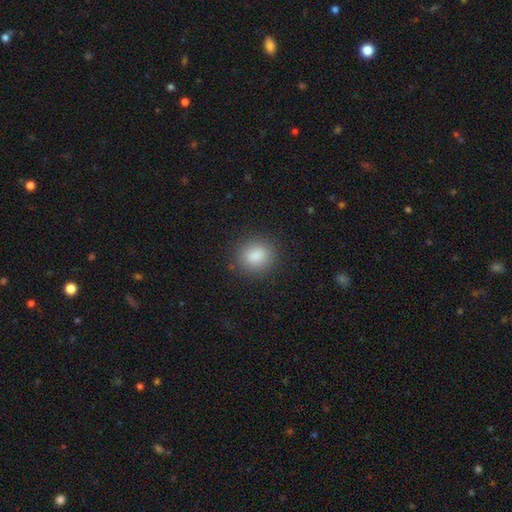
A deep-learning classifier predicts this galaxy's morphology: The model was most divided on "how rounded": round: 80%, in between: 19%, cigar-shaped: 1%. More confident: merging — none (87%); smooth or featured — smooth (85%).